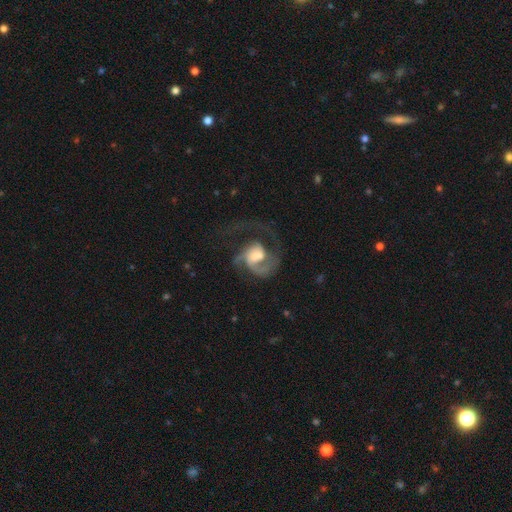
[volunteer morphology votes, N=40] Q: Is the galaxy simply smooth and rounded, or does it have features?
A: featured or disk — 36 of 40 (90%).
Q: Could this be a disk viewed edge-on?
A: no — 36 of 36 (100%).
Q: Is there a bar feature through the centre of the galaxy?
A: no — 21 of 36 (58%).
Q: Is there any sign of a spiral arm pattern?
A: yes — 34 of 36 (94%).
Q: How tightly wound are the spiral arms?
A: medium — 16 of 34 (47%).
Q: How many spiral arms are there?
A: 1 — 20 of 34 (59%).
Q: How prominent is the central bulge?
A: moderate — 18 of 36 (50%).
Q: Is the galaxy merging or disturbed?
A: none — 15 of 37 (41%).